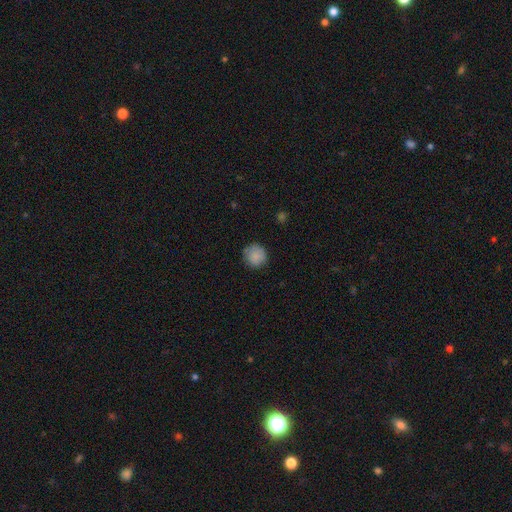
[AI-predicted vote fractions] The model was most divided on "merging": none: 83%, minor disturbance: 13%, major disturbance: 3%, merger: 1%. More confident: how rounded — round (93%); smooth or featured — smooth (87%).